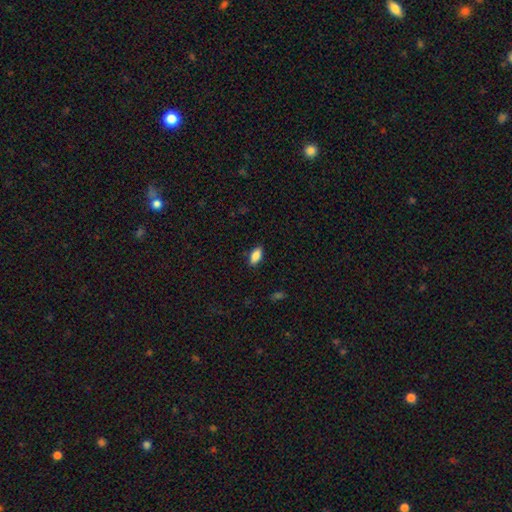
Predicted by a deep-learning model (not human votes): smooth_or_featured: smooth (p=0.86) [alt: star or artifact p=0.07]
how_rounded: in between (p=0.88) [alt: cigar-shaped p=0.09]
merging: none (p=0.87) [alt: minor disturbance p=0.10]